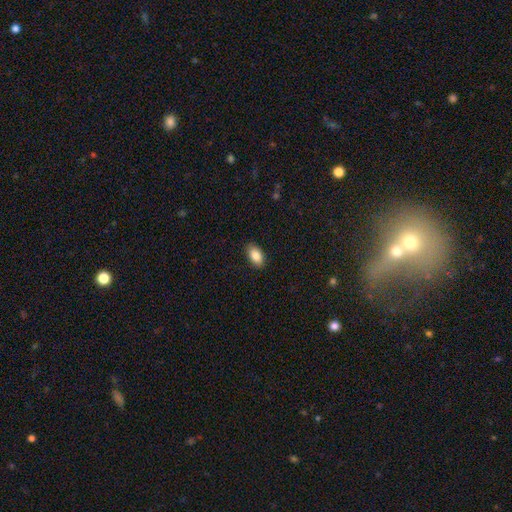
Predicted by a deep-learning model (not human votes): A smooth galaxy with no disk features (87%) that is in between round and cigar-shaped (93%). Merging: none (88%).